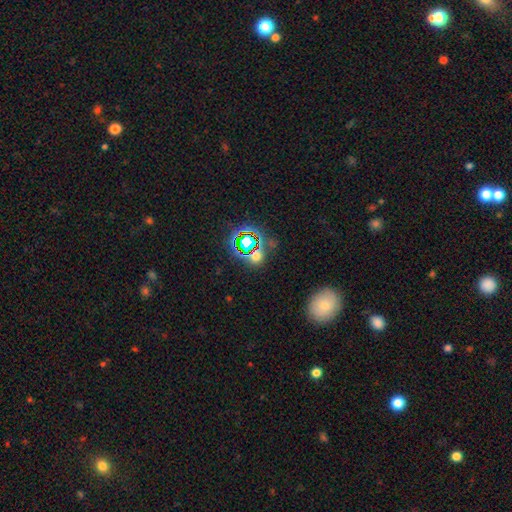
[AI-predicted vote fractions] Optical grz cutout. It shows a star or artifact, not a galaxy (55%).